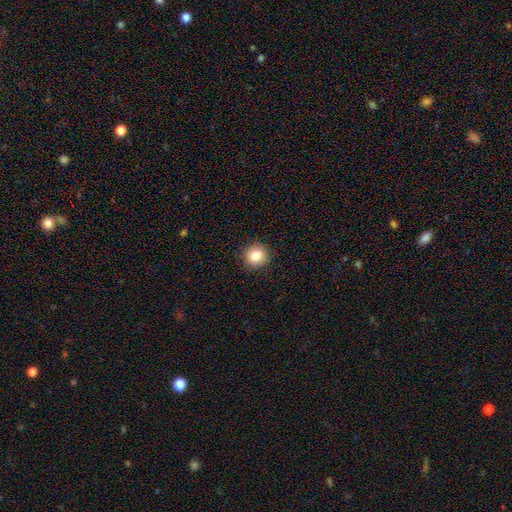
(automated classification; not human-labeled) A smooth galaxy with no disk features (84%) that is round (91%).

Vote fractions:
- Smooth or featured? smooth: 84% / star or artifact: 10% / featured or disk: 6%
- How rounded? round: 91% / in between: 8% / cigar-shaped: 1%
- Merging? none: 91% / minor disturbance: 6% / major disturbance: 2% / merger: 1%